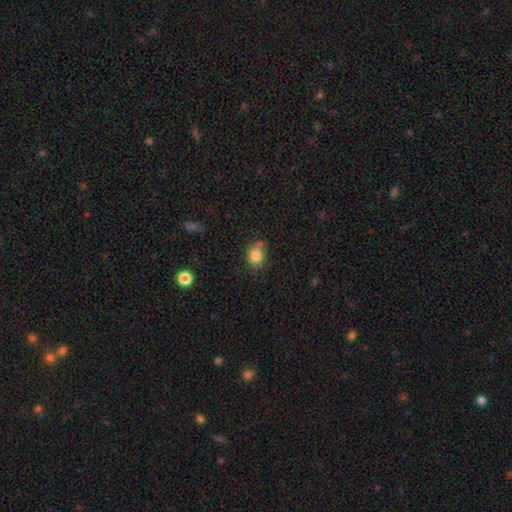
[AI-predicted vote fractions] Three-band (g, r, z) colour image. It shows a smooth galaxy with no disk features (83%) that is round (55%). Merging: none (66%).